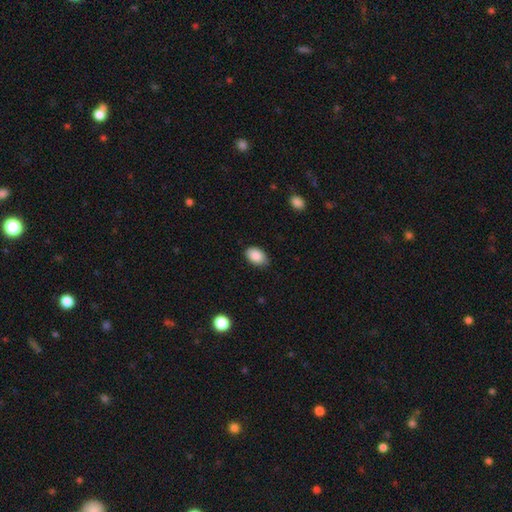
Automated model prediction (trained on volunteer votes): smooth-or-featured: smooth: 88% | star or artifact: 7% | featured or disk: 5%
  how-rounded: in between: 88% | round: 11% | cigar-shaped: 1%
  merging: none: 78% | minor disturbance: 19% | major disturbance: 3% | merger: 1%